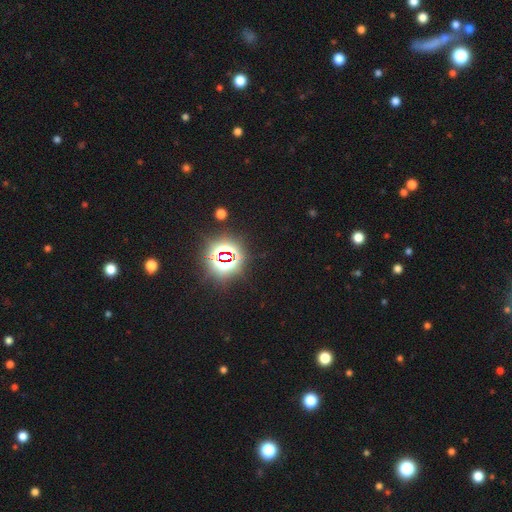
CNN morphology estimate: A star or artifact, not a galaxy (82%).

Vote fractions:
- Smooth or featured? star or artifact: 82% / smooth: 12% / featured or disk: 7%